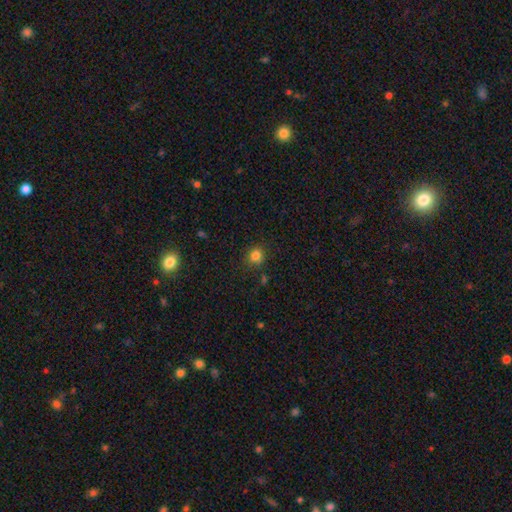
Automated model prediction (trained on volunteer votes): The model was most divided on "how rounded": round: 81%, in between: 18%, cigar-shaped: 1%. More confident: smooth or featured — smooth (82%); merging — none (82%).